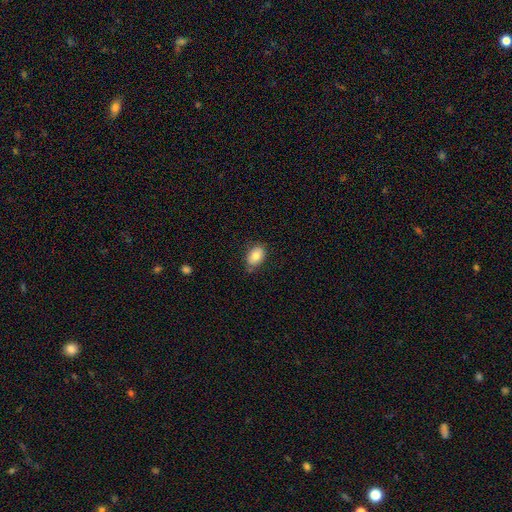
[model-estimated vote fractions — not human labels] Smooth or featured?
  - smooth: 78% *
  - featured or disk: 14%
  - star or artifact: 8%
How rounded?
  - in between: 79% *
  - round: 20%
  - cigar-shaped: 1%
Merging?
  - none: 73% *
  - minor disturbance: 20%
  - major disturbance: 4%
  - merger: 3%